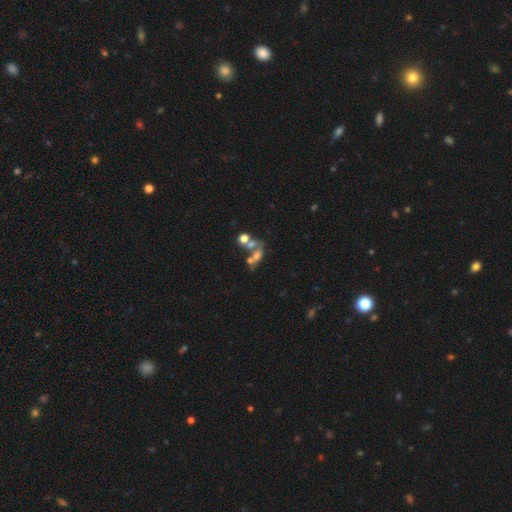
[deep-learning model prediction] A featured or disk galaxy (38%). Merging: merger (47%).